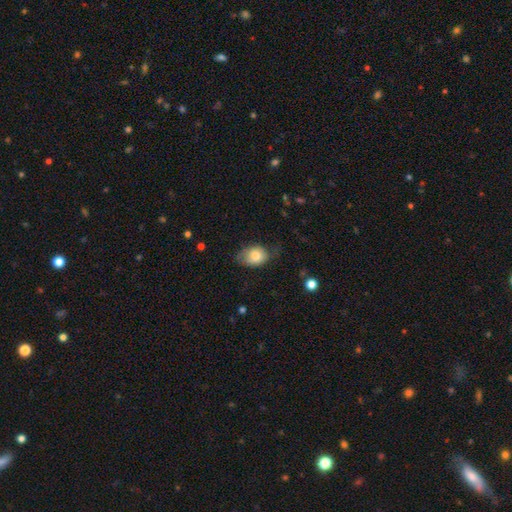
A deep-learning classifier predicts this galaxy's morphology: smooth_or_featured: smooth (p=0.76) [alt: featured or disk p=0.16]
how_rounded: in between (p=0.74) [alt: round p=0.25]
merging: none (p=0.53) [alt: minor disturbance p=0.33]